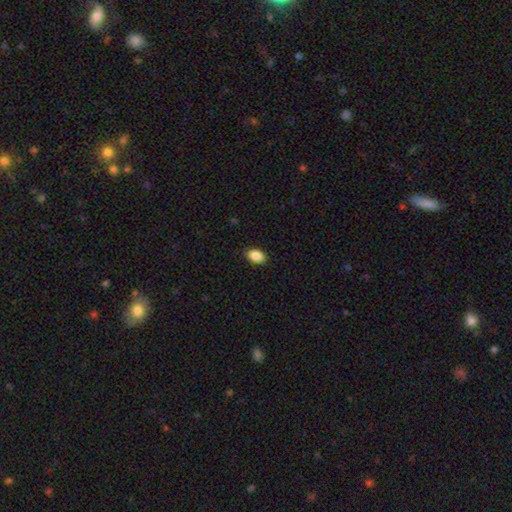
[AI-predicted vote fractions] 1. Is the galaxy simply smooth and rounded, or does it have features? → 89% smooth, 8% star or artifact, 4% featured or disk.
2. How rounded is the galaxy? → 87% in between, 11% round, 1% cigar-shaped.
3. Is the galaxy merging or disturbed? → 88% none, 9% minor disturbance, 2% major disturbance, 1% merger.